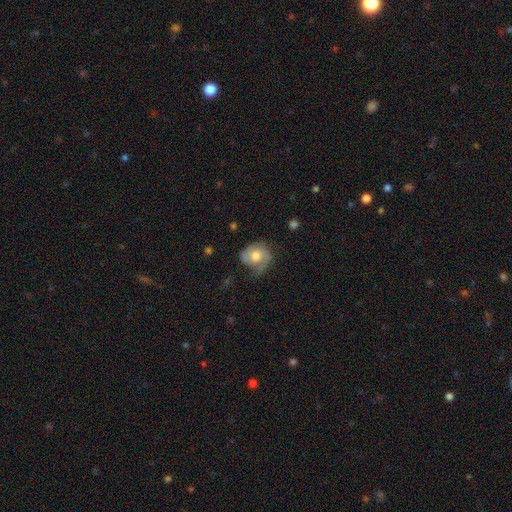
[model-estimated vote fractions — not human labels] Smooth or featured? featured or disk (48%)
Merging? none (48%)